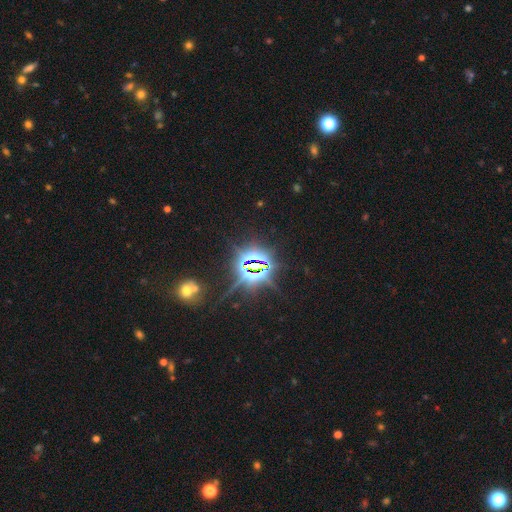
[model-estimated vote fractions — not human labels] star or artifact 83%, smooth 9%, featured or disk 8%.